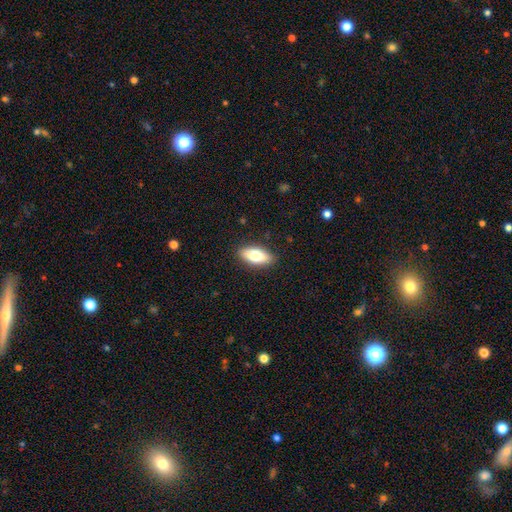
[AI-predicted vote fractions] smooth-or-featured: smooth: 75% | featured or disk: 18% | star or artifact: 7%
  how-rounded: in between: 82% | cigar-shaped: 16% | round: 3%
  merging: none: 88% | minor disturbance: 9% | major disturbance: 2% | merger: 1%